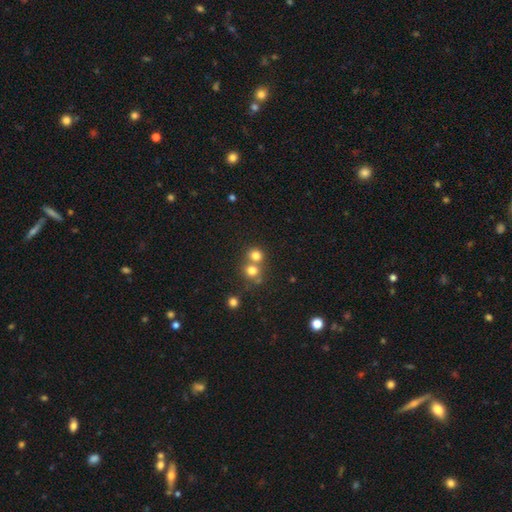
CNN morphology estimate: smooth 76%, star or artifact 14%, featured or disk 9%. Down the decision tree: how rounded — round (84%); merging — none (46%, tied with merger).